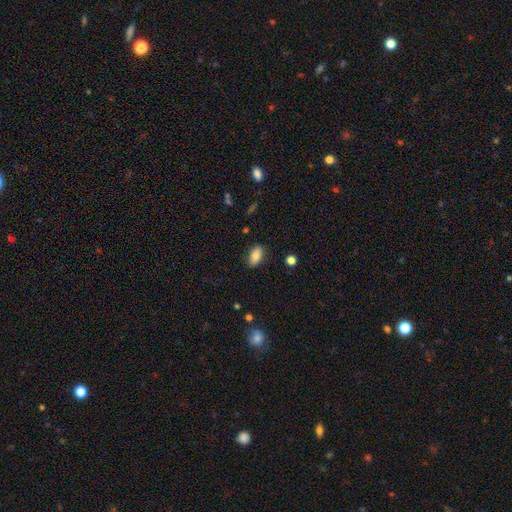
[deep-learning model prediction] smooth 82%, featured or disk 9%, star or artifact 8%. Down the decision tree: how rounded — in between (91%); merging — none (85%).